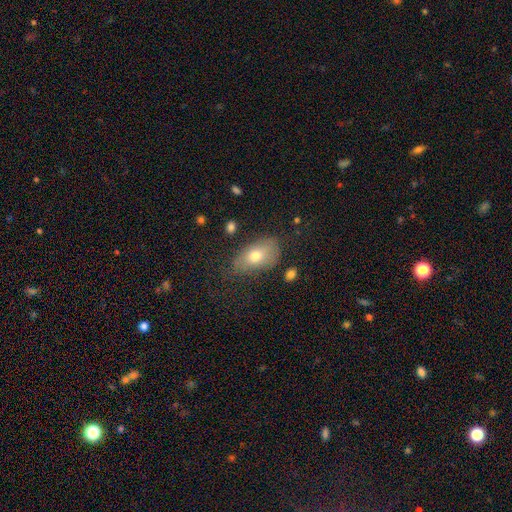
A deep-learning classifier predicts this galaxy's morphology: Smooth or featured: smooth — 70% (featured or disk — 22%)
How rounded: in between — 90% (round — 7%)
Merging: none — 61% (minor disturbance — 27%)